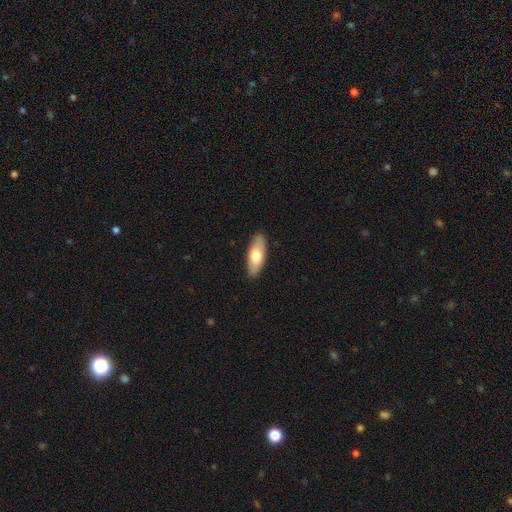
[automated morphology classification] Smooth or featured: smooth — 68% (featured or disk — 27%)
How rounded: in between — 75% (cigar-shaped — 23%)
Merging: none — 89% (minor disturbance — 9%)